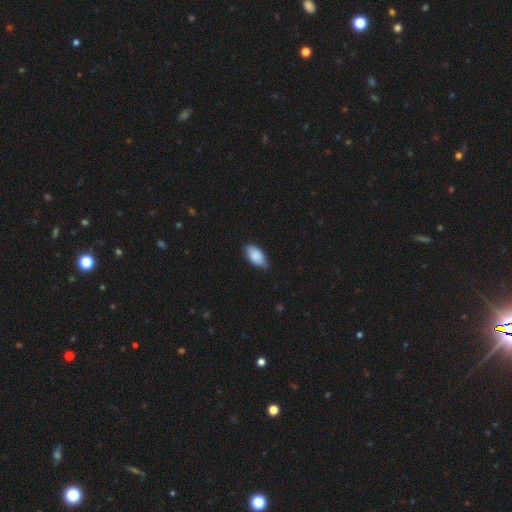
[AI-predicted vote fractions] smooth 87%, featured or disk 7%, star or artifact 6%. Down the decision tree: how rounded — in between (94%); merging — none (80%).